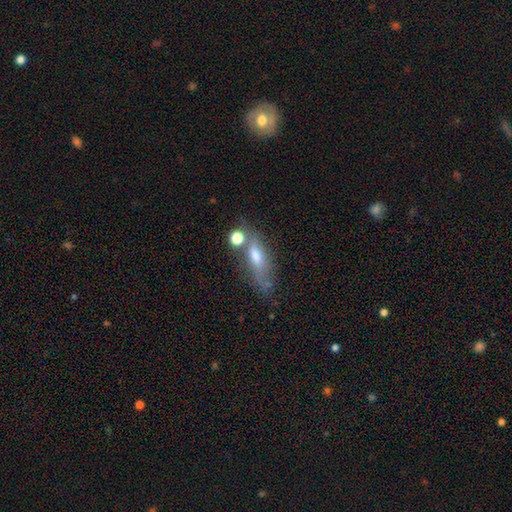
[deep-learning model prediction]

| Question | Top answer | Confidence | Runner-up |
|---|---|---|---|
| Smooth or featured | smooth | 54% | featured or disk (33%) |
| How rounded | in between | 47% | cigar-shaped (45%) |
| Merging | none | 48% | minor disturbance (20%) |